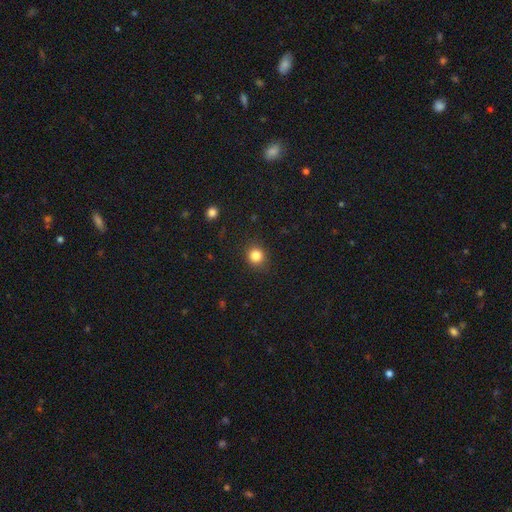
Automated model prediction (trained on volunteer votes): Smooth or featured? smooth (83%)
How rounded? round (87%)
Merging? none (87%)